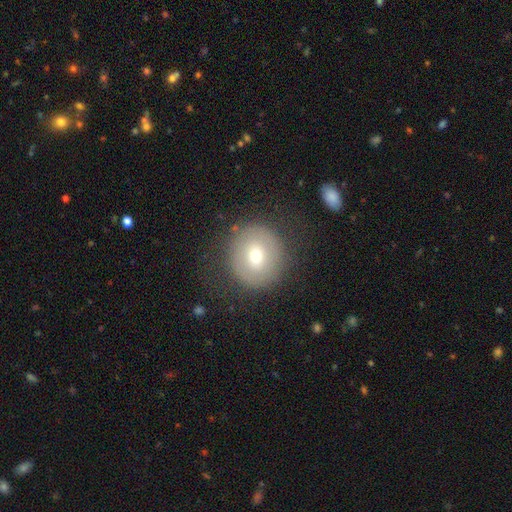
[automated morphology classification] The model was most divided on "smooth or featured": smooth: 57%, featured or disk: 34%, star or artifact: 9%. More confident: how rounded — round (86%); merging — none (80%).